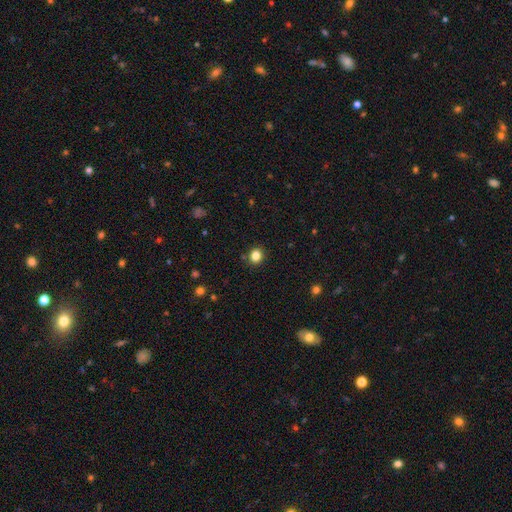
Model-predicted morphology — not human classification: A smooth galaxy with no disk features (83%) that is round (77%).

Vote fractions:
- Smooth or featured? smooth: 83% / star or artifact: 12% / featured or disk: 5%
- How rounded? round: 77% / in between: 22% / cigar-shaped: 1%
- Merging? none: 90% / minor disturbance: 7% / major disturbance: 2% / merger: 2%